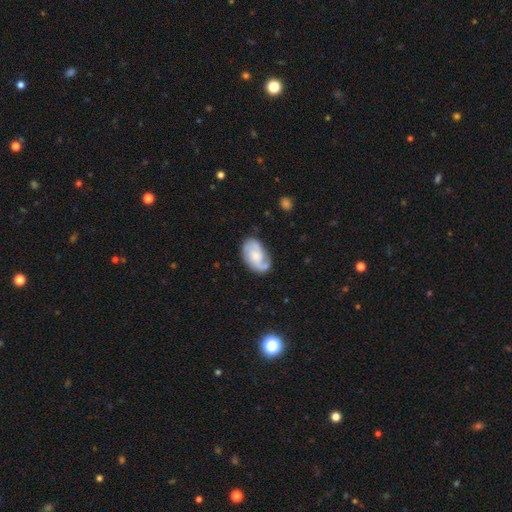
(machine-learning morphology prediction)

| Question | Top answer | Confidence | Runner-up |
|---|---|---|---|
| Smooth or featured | featured or disk | 69% | smooth (25%) |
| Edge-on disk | no | 97% | yes (3%) |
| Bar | no | 62% | weak (33%) |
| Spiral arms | yes | 93% | no (7%) |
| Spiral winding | medium | 44% | tight (32%) |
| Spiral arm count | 2 | 71% | can't tell (11%) |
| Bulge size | small | 47% | moderate (35%) |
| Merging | none | 66% | minor disturbance (23%) |